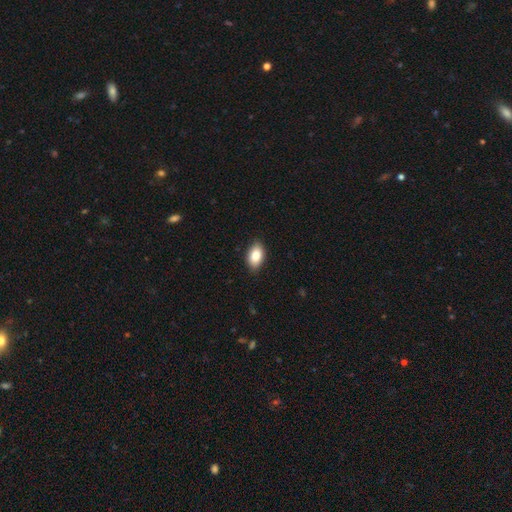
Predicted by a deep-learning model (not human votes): A smooth galaxy with no disk features (86%) that is in between round and cigar-shaped (92%).

Vote fractions:
- Smooth or featured? smooth: 86% / featured or disk: 7% / star or artifact: 7%
- How rounded? in between: 92% / round: 6% / cigar-shaped: 2%
- Merging? none: 87% / minor disturbance: 10% / major disturbance: 2% / merger: 1%